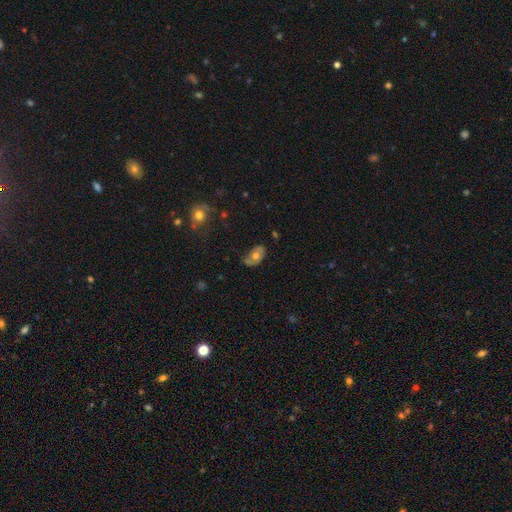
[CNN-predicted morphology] A smooth galaxy with no disk features (54%) that is in between round and cigar-shaped (87%). Merging: none (57%).